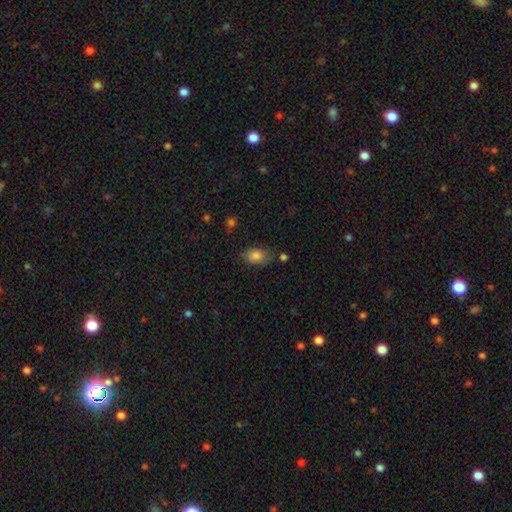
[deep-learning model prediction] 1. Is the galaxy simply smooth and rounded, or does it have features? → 83% smooth, 9% star or artifact, 8% featured or disk.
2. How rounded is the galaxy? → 87% in between, 12% round, 2% cigar-shaped.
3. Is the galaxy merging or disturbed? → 71% none, 20% minor disturbance, 5% major disturbance, 4% merger.